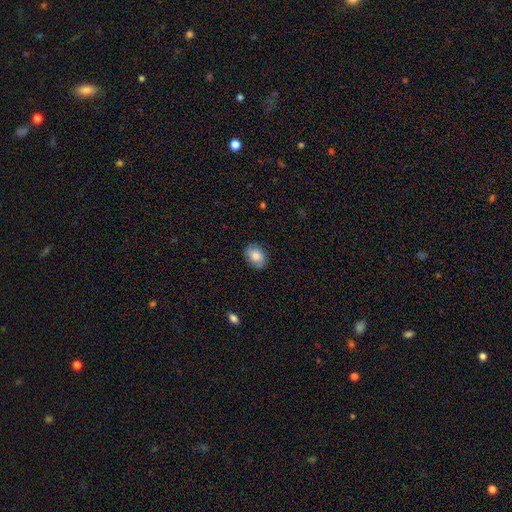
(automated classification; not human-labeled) Smooth or featured: smooth — 80% (featured or disk — 13%)
How rounded: in between — 69% (round — 30%)
Merging: none — 85% (minor disturbance — 12%)